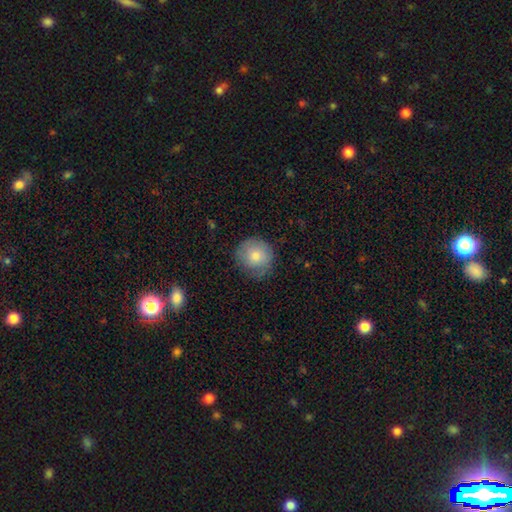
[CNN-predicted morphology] Smooth or featured?
  - smooth: 76% *
  - featured or disk: 16%
  - star or artifact: 8%
How rounded?
  - round: 90% *
  - in between: 9%
  - cigar-shaped: 1%
Merging?
  - none: 76% *
  - minor disturbance: 18%
  - major disturbance: 4%
  - merger: 1%